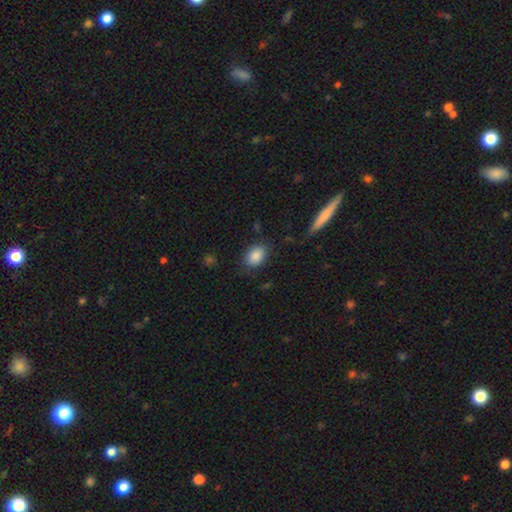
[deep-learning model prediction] This appears to be a smooth galaxy with no disk features (87%) that is in between round and cigar-shaped (81%). Merging: none (80%).